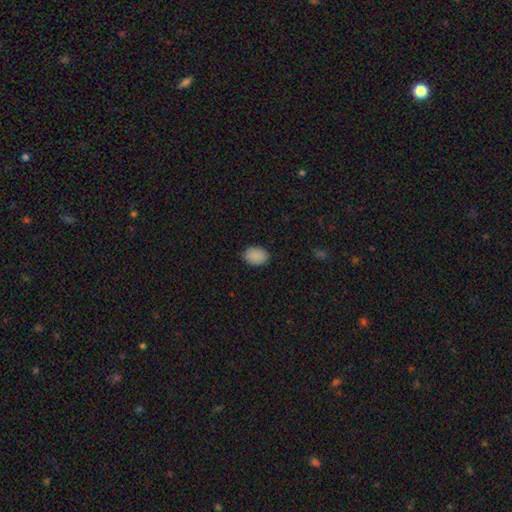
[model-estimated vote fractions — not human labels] A smooth galaxy with no disk features (88%) that is in between round and cigar-shaped (76%). Merging: none (85%).